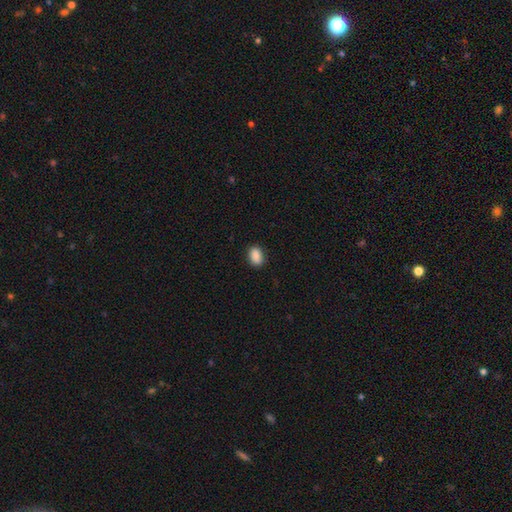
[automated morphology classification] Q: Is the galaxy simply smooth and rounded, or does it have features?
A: smooth — 88%.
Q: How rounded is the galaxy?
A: in between — 82%.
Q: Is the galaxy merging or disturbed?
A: none — 88%.